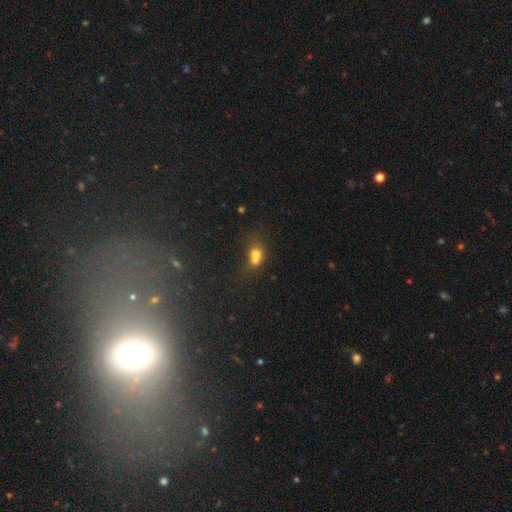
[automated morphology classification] This is likely a smooth galaxy (67%). How rounded: possibly round (57%). Merging: likely merger (64%).